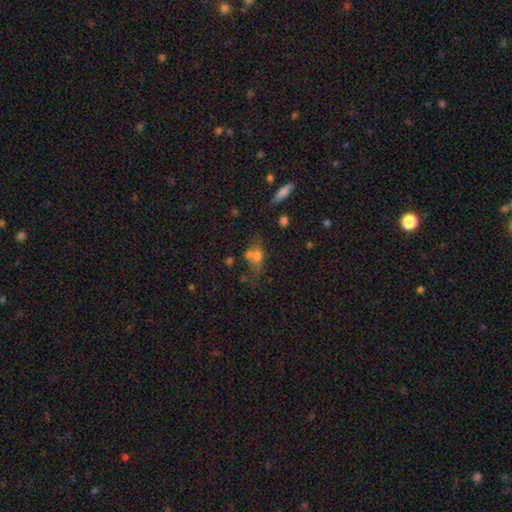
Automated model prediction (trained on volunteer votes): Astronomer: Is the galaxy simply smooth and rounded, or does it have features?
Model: smooth — 59%.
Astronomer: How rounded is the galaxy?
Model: in between — 62%.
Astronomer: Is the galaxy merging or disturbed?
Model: none — 37% (runner-up: merger, 34%).